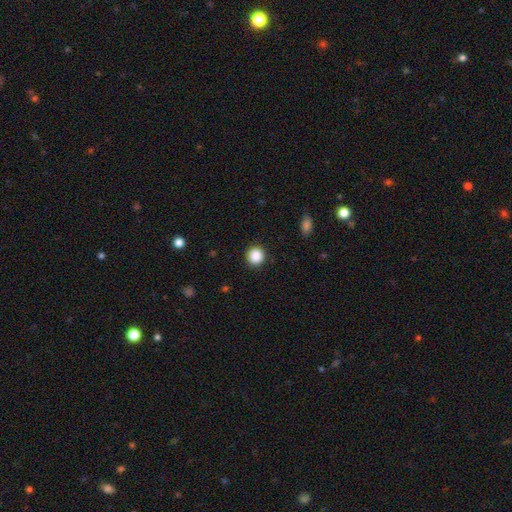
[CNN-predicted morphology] This is clearly a smooth galaxy (89%). How rounded: clearly round (90%). Merging: clearly none (90%).